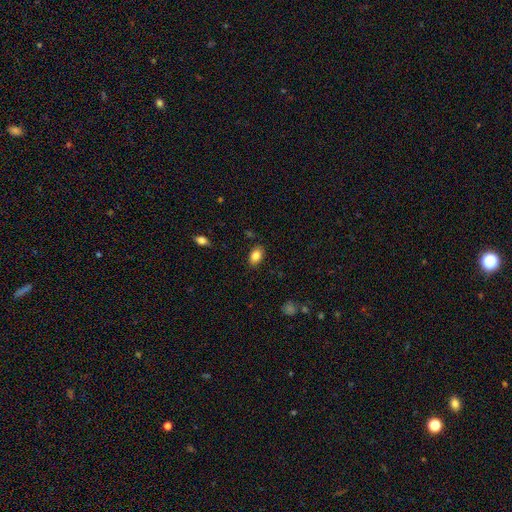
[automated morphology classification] Overall: smooth (84%). How rounded: in between (85%). Merging: none (85%).